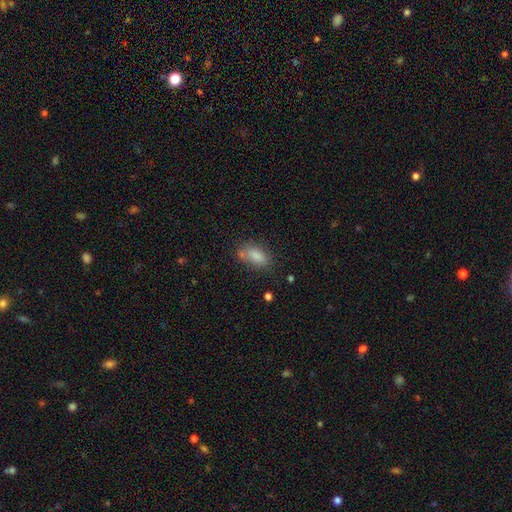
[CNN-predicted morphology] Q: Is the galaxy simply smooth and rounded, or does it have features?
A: smooth — 83%.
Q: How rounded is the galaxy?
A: in between — 86%.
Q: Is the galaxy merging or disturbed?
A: none — 64%.